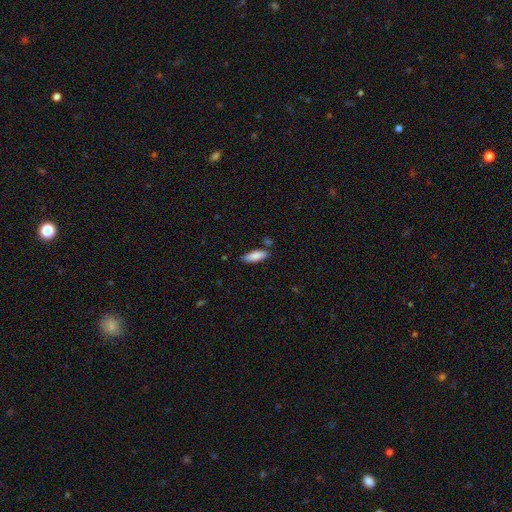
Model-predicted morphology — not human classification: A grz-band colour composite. It shows a smooth galaxy with no disk features (86%) that is in between round and cigar-shaped (70%). Merging: none (75%).